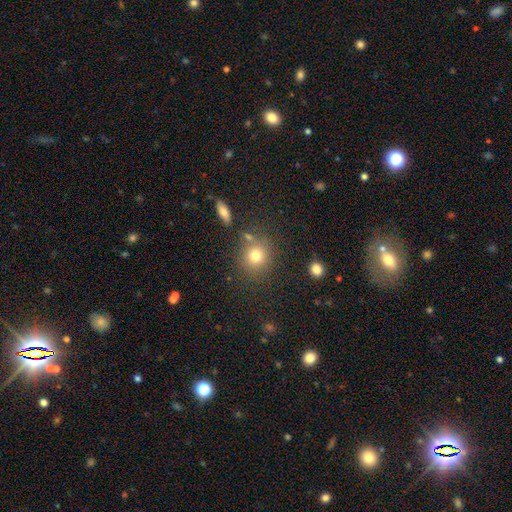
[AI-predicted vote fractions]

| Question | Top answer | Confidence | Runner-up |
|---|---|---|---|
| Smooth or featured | smooth | 76% | star or artifact (14%) |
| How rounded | round | 83% | in between (16%) |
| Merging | none | 76% | minor disturbance (11%) |